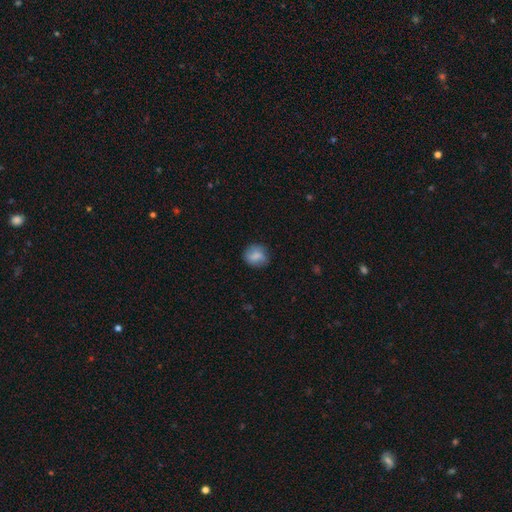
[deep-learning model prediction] Smooth or featured?
  - smooth: 76% *
  - featured or disk: 16%
  - star or artifact: 8%
How rounded?
  - round: 74% *
  - in between: 24%
  - cigar-shaped: 1%
Merging?
  - none: 77% *
  - minor disturbance: 18%
  - major disturbance: 5%
  - merger: 1%